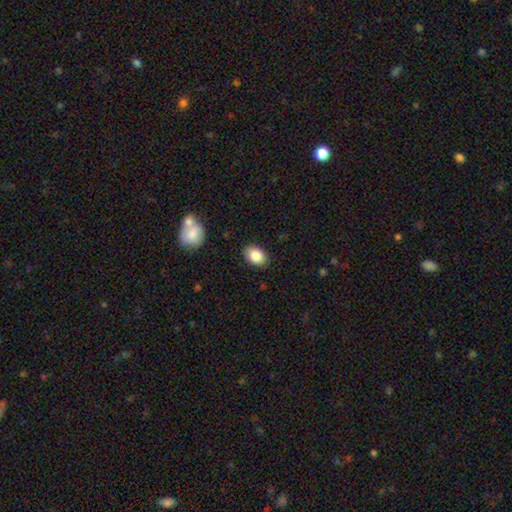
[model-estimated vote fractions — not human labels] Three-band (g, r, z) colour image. It shows a smooth galaxy with no disk features (86%) that is in between round and cigar-shaped (81%). Merging: none (87%).